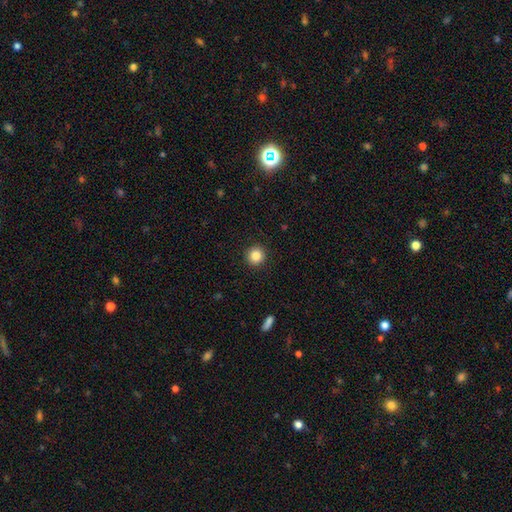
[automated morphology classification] Q: Smooth or featured?
A: smooth (85%); runner-up: star or artifact (10%)
Q: How rounded?
A: round (94%); runner-up: in between (5%)
Q: Merging?
A: none (92%); runner-up: minor disturbance (5%)